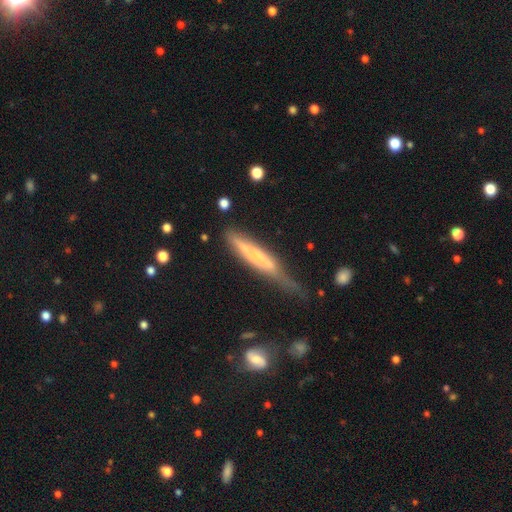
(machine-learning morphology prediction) Smooth or featured?
  - featured or disk: 55% *
  - smooth: 38%
  - star or artifact: 7%
Edge-on disk?
  - yes: 84% *
  - no: 16%
Merging?
  - none: 39% *
  - minor disturbance: 37%
  - major disturbance: 19%
  - merger: 6%